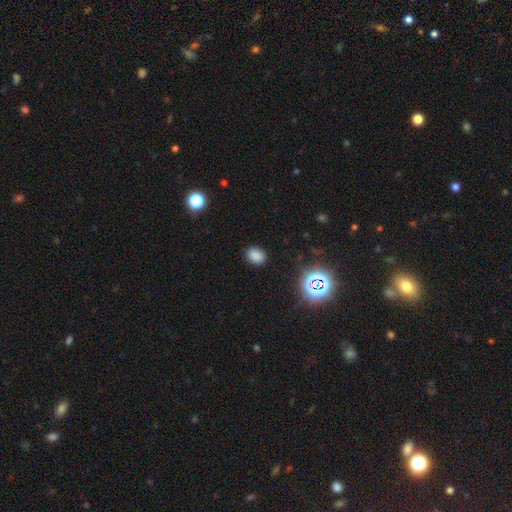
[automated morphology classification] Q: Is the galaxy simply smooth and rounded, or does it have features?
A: smooth — 78%.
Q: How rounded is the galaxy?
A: in between — 62%.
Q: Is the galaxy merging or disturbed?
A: none — 87%.